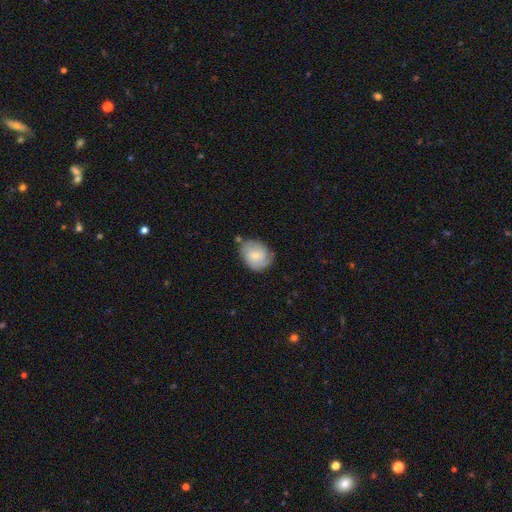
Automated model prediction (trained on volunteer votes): Morphology: type=smooth (52%); roundness=round (54%); merging=none (62%).